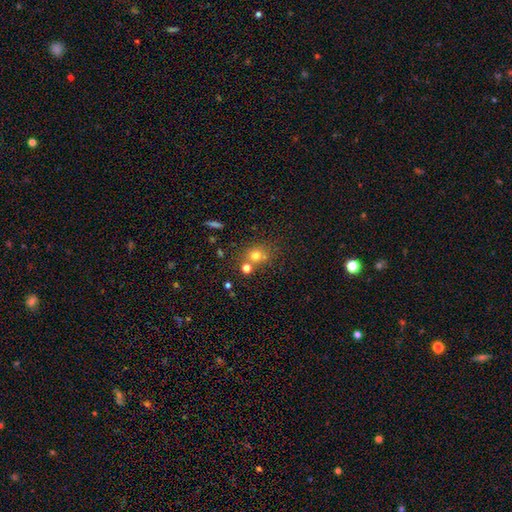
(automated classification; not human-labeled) smooth 71%, star or artifact 17%, featured or disk 12%. Down the decision tree: how rounded — round (75%); merging — none (59%).